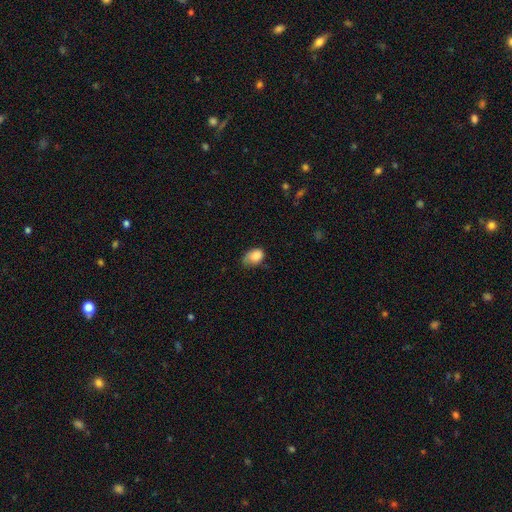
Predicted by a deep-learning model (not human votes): This is clearly a smooth galaxy (85%). How rounded: likely in between (77%). Merging: marginally minor disturbance (43%, tied with none).